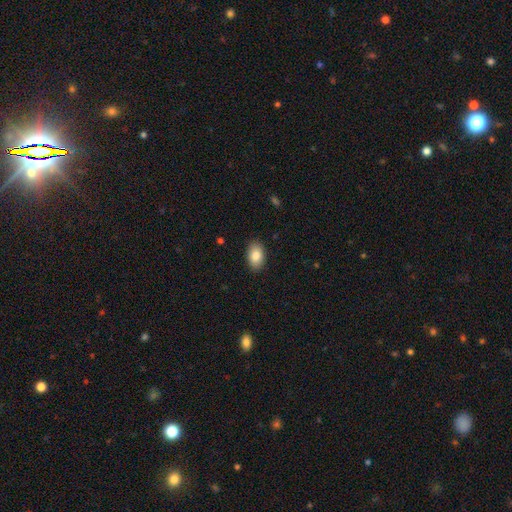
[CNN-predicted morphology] smooth_or_featured: smooth (p=0.86) [alt: featured or disk p=0.07]
how_rounded: in between (p=0.91) [alt: round p=0.08]
merging: none (p=0.89) [alt: minor disturbance p=0.08]